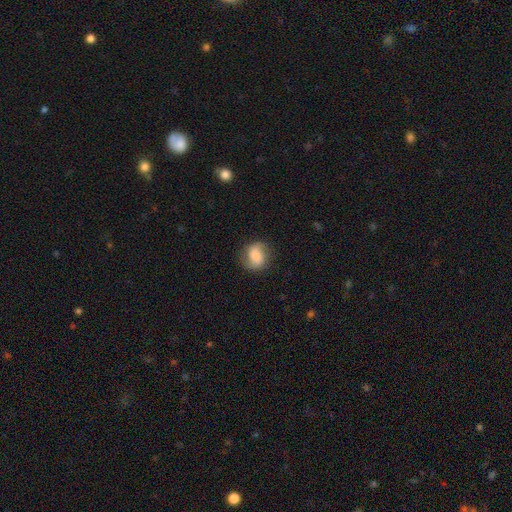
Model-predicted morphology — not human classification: smooth-or-featured: smooth: 53% | featured or disk: 37% | star or artifact: 9%
  how-rounded: round: 59% | in between: 40% | cigar-shaped: 1%
  merging: none: 75% | minor disturbance: 17% | major disturbance: 7% | merger: 1%